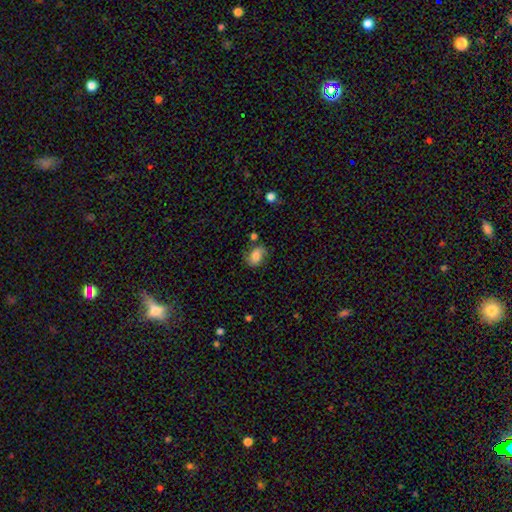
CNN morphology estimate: Smooth or featured? Predicted: smooth (p=0.68). How rounded? Predicted: in between (p=0.74). Merging? Predicted: none (p=0.63).